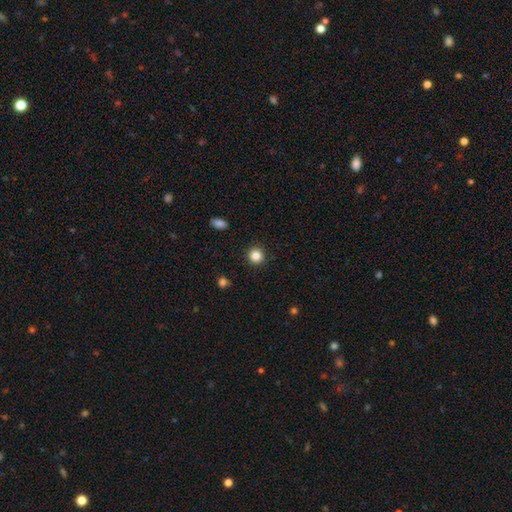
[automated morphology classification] A smooth galaxy with no disk features (85%) that is round (94%). Merging: none (92%).